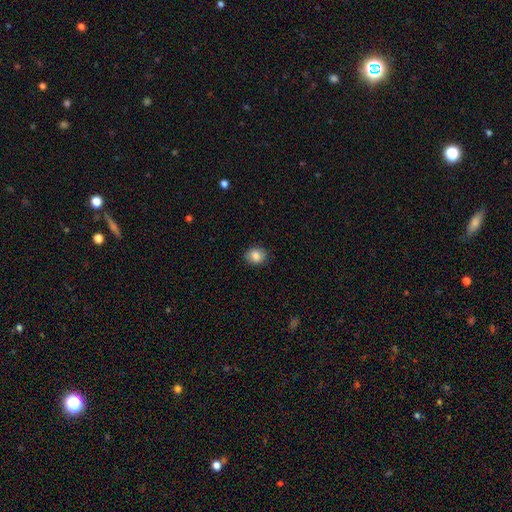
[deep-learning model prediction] This appears to be a smooth galaxy with no disk features (84%) that is round (62%). Merging: none (87%).